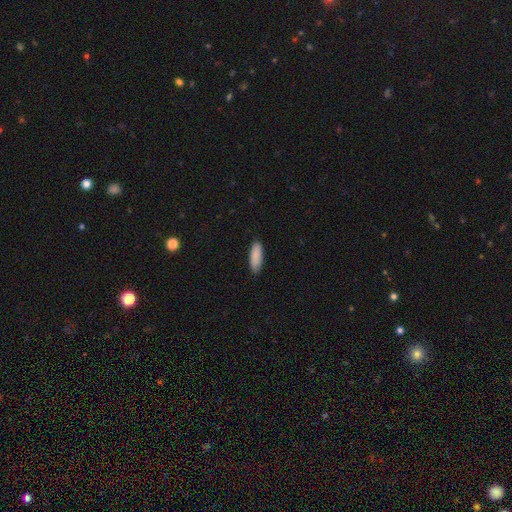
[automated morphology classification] This is clearly a smooth galaxy (89%). How rounded: possibly in between (58%). Merging: clearly none (87%).